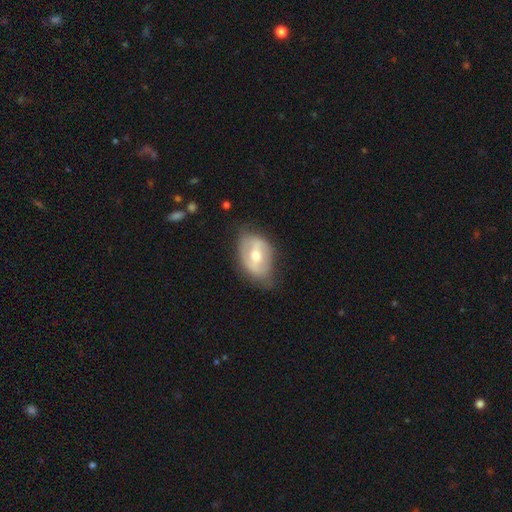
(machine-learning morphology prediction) This appears to be a featured or disk galaxy (56%) with a weak bar (41%), no spiral arms (58%) and a moderate central bulge (68%). Merging: none (62%).